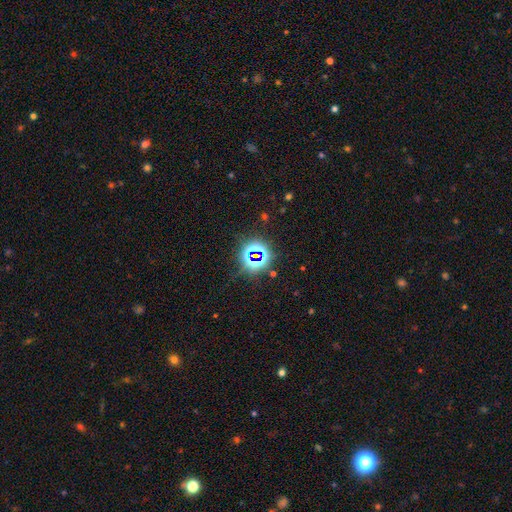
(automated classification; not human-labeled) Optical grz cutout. It shows a star or artifact, not a galaxy (76%).